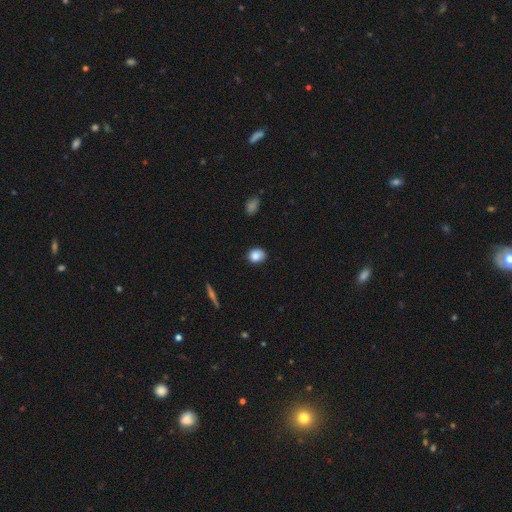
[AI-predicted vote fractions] A smooth galaxy with no disk features (86%) that is round (57%).

Vote fractions:
- Smooth or featured? smooth: 86% / star or artifact: 9% / featured or disk: 5%
- How rounded? round: 57% / in between: 42% / cigar-shaped: 1%
- Merging? none: 82% / minor disturbance: 14% / major disturbance: 3% / merger: 1%